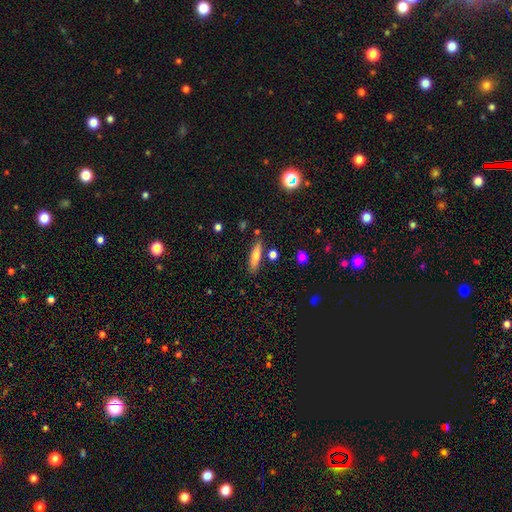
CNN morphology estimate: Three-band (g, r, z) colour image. It shows a smooth galaxy with no disk features (66%) that is cigar-shaped (72%). Merging: none (82%).